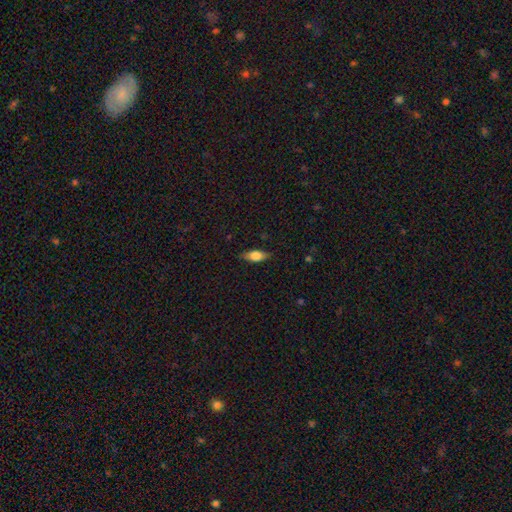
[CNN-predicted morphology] Smooth or featured? smooth (75%)
How rounded? in between (79%)
Merging? none (82%)